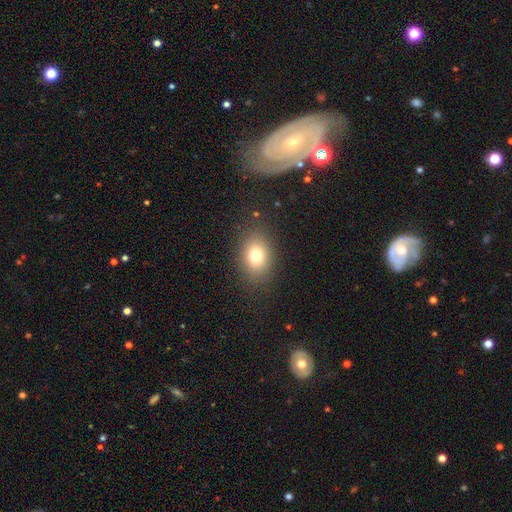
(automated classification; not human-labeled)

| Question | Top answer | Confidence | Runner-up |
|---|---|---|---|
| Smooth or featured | smooth | 75% | star or artifact (13%) |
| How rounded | in between | 62% | round (37%) |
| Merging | none | 85% | minor disturbance (9%) |